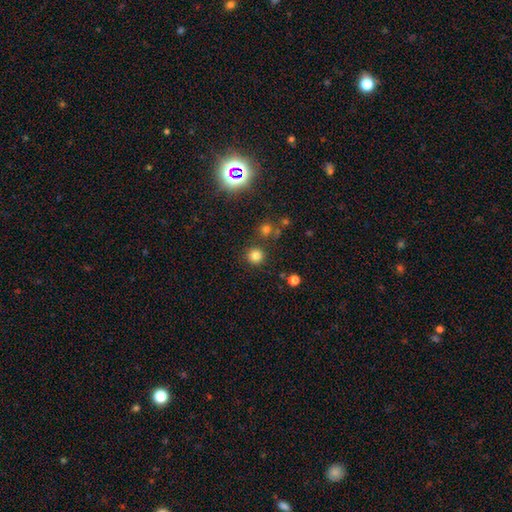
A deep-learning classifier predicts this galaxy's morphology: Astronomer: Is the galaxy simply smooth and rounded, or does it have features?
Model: smooth — 79%.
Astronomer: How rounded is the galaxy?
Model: round — 93%.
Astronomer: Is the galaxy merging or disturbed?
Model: none — 83%.